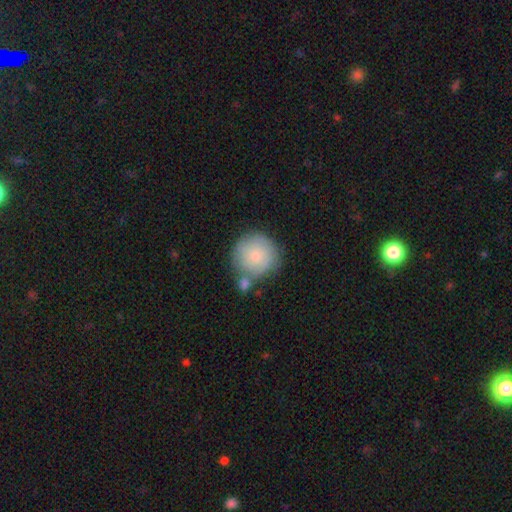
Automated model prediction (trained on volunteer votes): Overall: smooth (74%). How rounded: round (94%). Merging: none (58%; merger 19%).